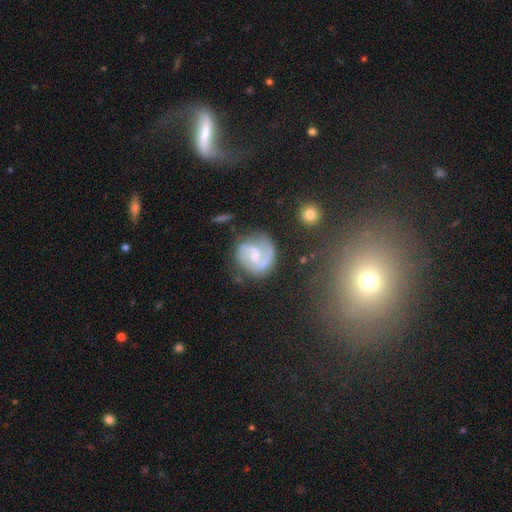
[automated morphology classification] Smooth or featured?
  - featured or disk: 84% *
  - smooth: 11%
  - star or artifact: 6%
Edge-on disk?
  - no: 98% *
  - yes: 2%
Bar?
  - weak: 52% *
  - no: 34%
  - strong: 14%
Spiral arms?
  - yes: 96% *
  - no: 4%
Spiral winding?
  - medium: 52% *
  - tight: 28%
  - loose: 20%
Spiral arm count?
  - 2: 86% *
  - can't tell: 5%
  - 1: 4%
  - 3: 2%
  - 4: 1%
  - more than 4: 1%
Bulge size?
  - small: 54% *
  - moderate: 37%
  - none: 7%
  - large: 2%
  - dominant: 1%
Merging?
  - none: 72% *
  - minor disturbance: 18%
  - major disturbance: 8%
  - merger: 2%